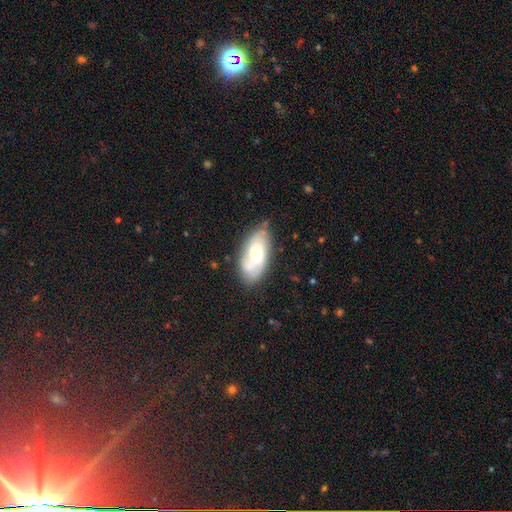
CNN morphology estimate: Q: Smooth or featured?
A: smooth (51%); runner-up: featured or disk (41%)
Q: How rounded?
A: in between (89%); runner-up: cigar-shaped (7%)
Q: Merging?
A: none (62%); runner-up: minor disturbance (23%)